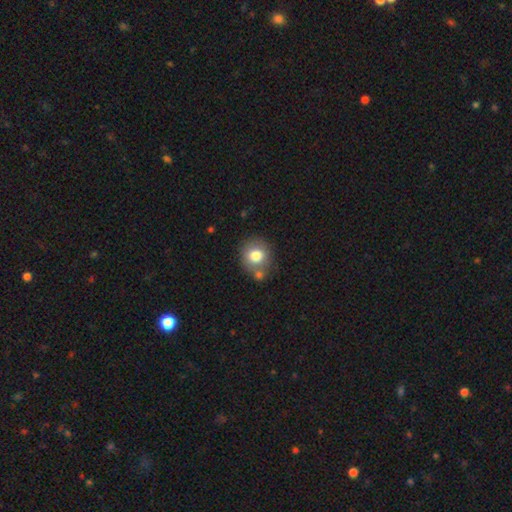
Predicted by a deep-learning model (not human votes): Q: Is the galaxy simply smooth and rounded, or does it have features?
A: smooth — 78%.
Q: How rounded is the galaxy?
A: round — 84%.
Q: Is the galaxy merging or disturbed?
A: none — 67%.